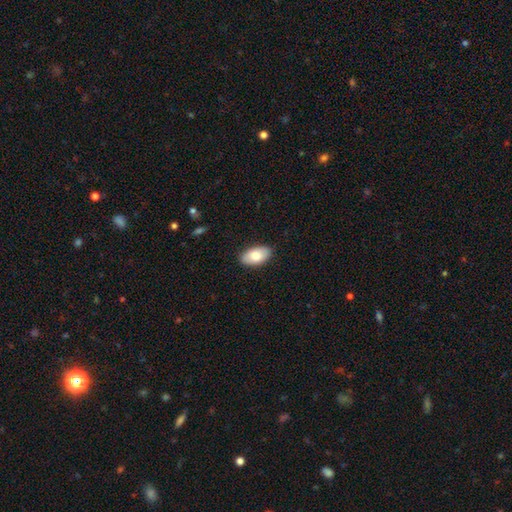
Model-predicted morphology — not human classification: A smooth galaxy with no disk features (80%) that is in between round and cigar-shaped (94%). Merging: none (87%).